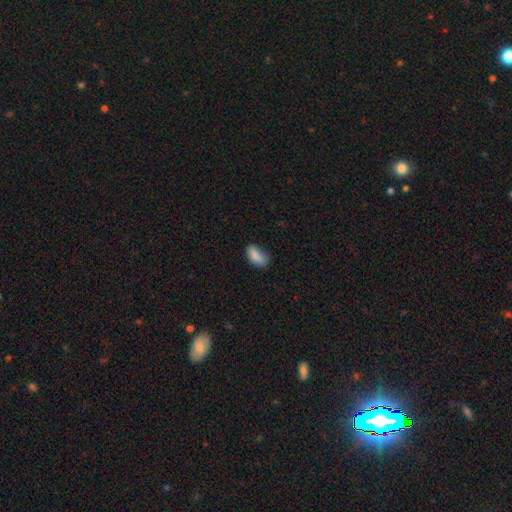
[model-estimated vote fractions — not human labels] The model was most divided on "merging": none: 57%, minor disturbance: 32%, major disturbance: 9%, merger: 2%. More confident: how rounded — in between (89%); smooth or featured — smooth (85%).